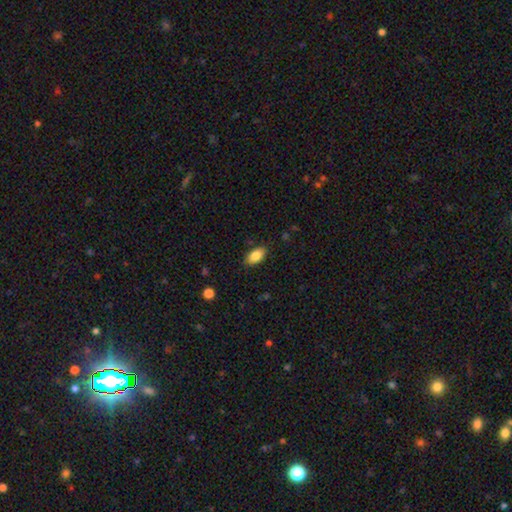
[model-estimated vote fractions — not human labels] Smooth or featured?
  - smooth: 85% *
  - featured or disk: 8%
  - star or artifact: 7%
How rounded?
  - in between: 92% *
  - round: 5%
  - cigar-shaped: 4%
Merging?
  - none: 85% *
  - minor disturbance: 11%
  - major disturbance: 2%
  - merger: 1%